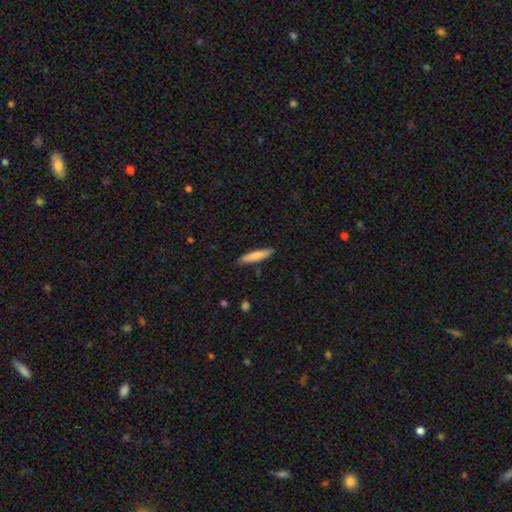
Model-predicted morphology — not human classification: The model was most divided on "smooth or featured": smooth: 78%, featured or disk: 16%, star or artifact: 6%. More confident: merging — none (85%); how rounded — cigar-shaped (83%).